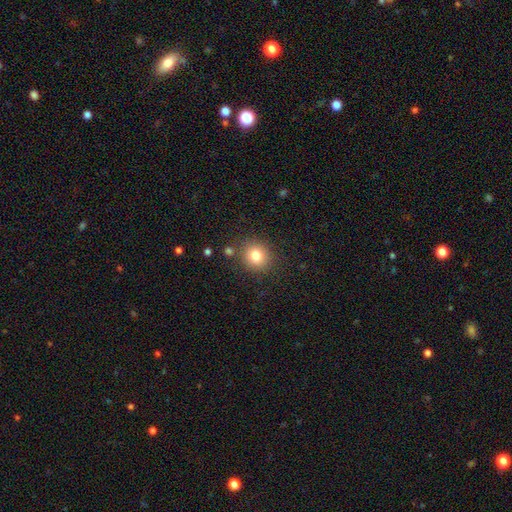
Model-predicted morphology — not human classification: Overall: smooth (81%). How rounded: round (85%). Merging: none (83%).